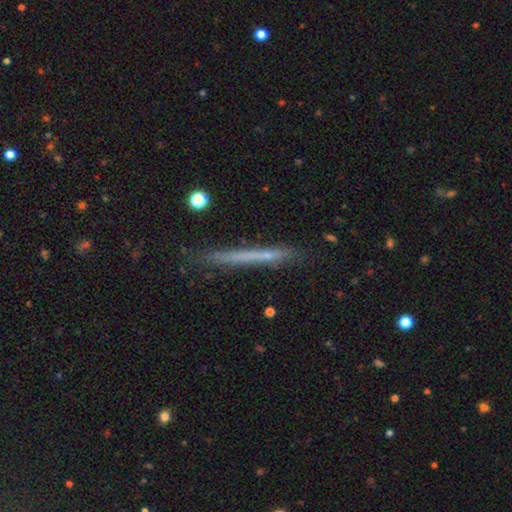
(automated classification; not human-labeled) smooth_or_featured: smooth (p=0.49) [alt: featured or disk p=0.44]
merging: none (p=0.81) [alt: minor disturbance p=0.14]